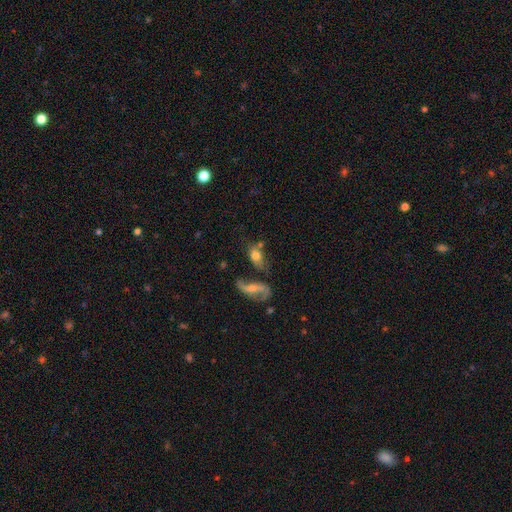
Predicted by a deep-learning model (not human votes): Smooth or featured? Predicted: smooth (p=0.60). How rounded? Predicted: in between (p=0.82). Merging? Predicted: none (p=0.44).